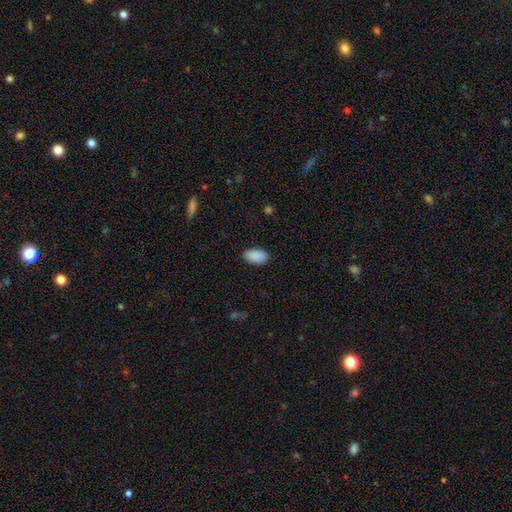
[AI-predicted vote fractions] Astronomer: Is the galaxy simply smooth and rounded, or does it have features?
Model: smooth — 91%.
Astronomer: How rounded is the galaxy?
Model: in between — 95%.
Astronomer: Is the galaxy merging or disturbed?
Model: none — 87%.